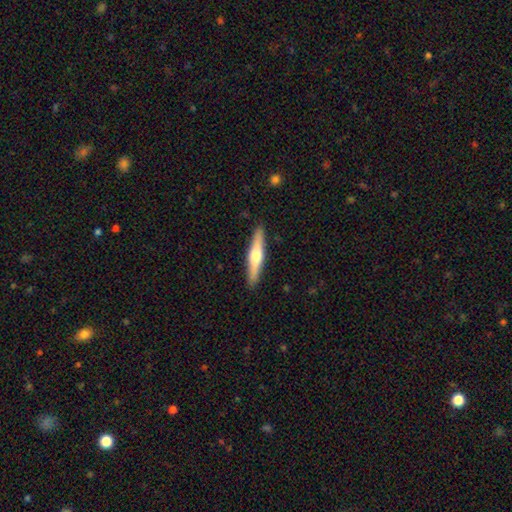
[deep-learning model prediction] Q: Smooth or featured?
A: featured or disk (56%); runner-up: smooth (39%)
Q: Edge-on disk?
A: yes (96%); runner-up: no (4%)
Q: Edge-on bulge?
A: rounded (92%); runner-up: boxy (4%)
Q: Merging?
A: none (90%); runner-up: minor disturbance (7%)